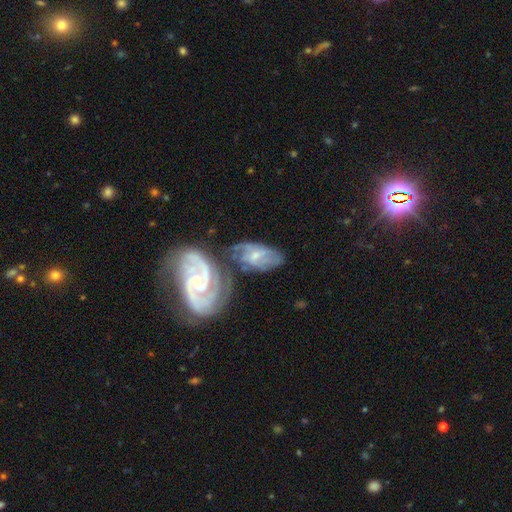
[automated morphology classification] Smooth or featured?
  - featured or disk: 75% *
  - smooth: 19%
  - star or artifact: 6%
Edge-on disk?
  - no: 95% *
  - yes: 5%
Bar?
  - weak: 47% *
  - no: 41%
  - strong: 12%
Spiral arms?
  - yes: 89% *
  - no: 11%
Spiral winding?
  - medium: 46% *
  - tight: 38%
  - loose: 17%
Spiral arm count?
  - 2: 46% *
  - can't tell: 26%
  - 3: 17%
  - 1: 4%
  - 4: 4%
  - more than 4: 3%
Bulge size?
  - small: 63% *
  - moderate: 29%
  - none: 6%
  - large: 2%
  - dominant: 1%
Merging?
  - merger: 39% *
  - none: 30%
  - minor disturbance: 19%
  - major disturbance: 12%